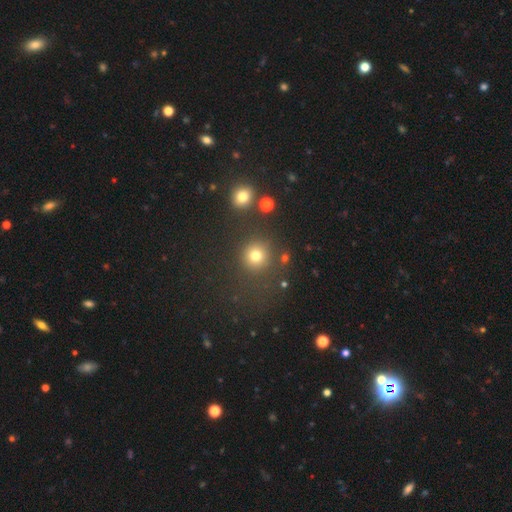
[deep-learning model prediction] Overall: smooth (78%). How rounded: round (92%). Merging: none (81%).